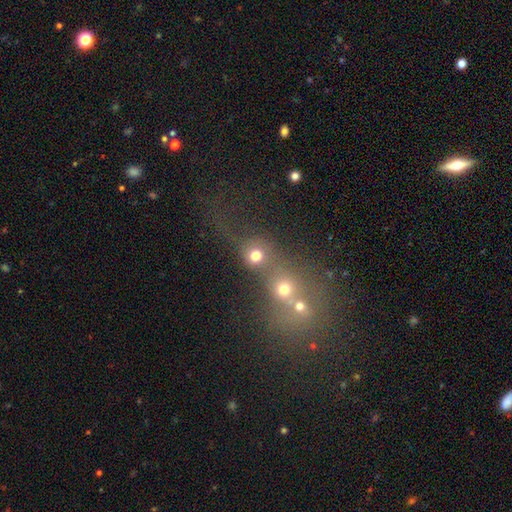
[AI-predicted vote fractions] This is likely a smooth galaxy (72%). How rounded: clearly round (83%). Merging: possibly merger (51%).